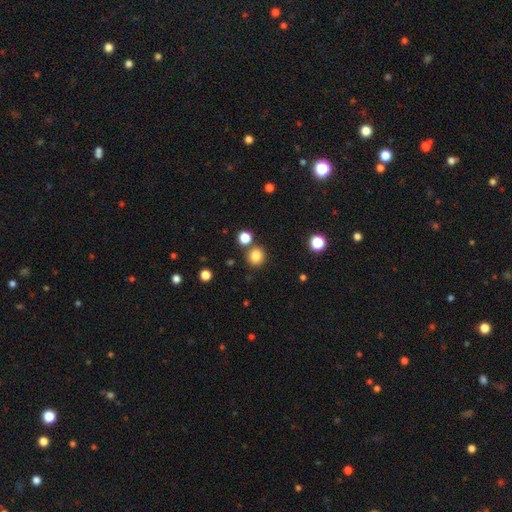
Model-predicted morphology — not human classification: Smooth or featured: smooth — 83% (star or artifact — 12%)
How rounded: round — 88% (in between — 11%)
Merging: none — 82% (merger — 8%)